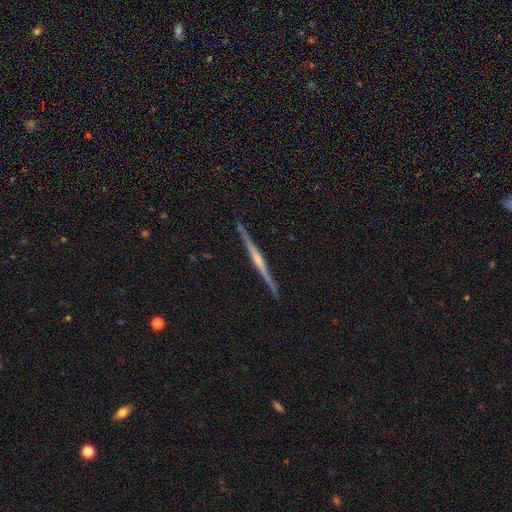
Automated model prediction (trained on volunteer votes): A featured or disk galaxy (81%) viewed edge-on (99%) with a rounded central bulge (60%).

Vote fractions:
- Smooth or featured? featured or disk: 81% / smooth: 14% / star or artifact: 5%
- Edge-on disk? yes: 99% / no: 1%
- Edge-on bulge? rounded: 60% / none: 28% / boxy: 12%
- Merging? none: 91% / minor disturbance: 6% / major disturbance: 1% / merger: 1%